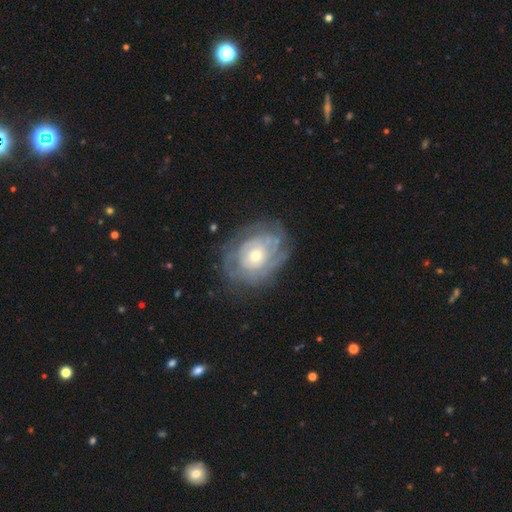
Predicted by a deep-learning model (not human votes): Smooth or featured? Predicted: featured or disk (p=0.77). Edge-on disk? Predicted: no (p=0.96). Bar? Predicted: no (p=0.82). Spiral arms? Predicted: yes (p=0.77). Spiral winding? Predicted: tight (p=0.73). Spiral arm count? Predicted: can't tell (p=0.57). Bulge size? Predicted: moderate (p=0.54). Merging? Predicted: none (p=0.70).